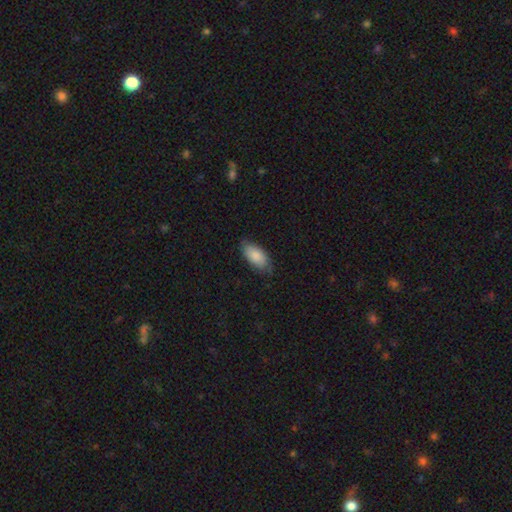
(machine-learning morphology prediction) type=smooth (85%); roundness=in between (92%); merging=none (76%).